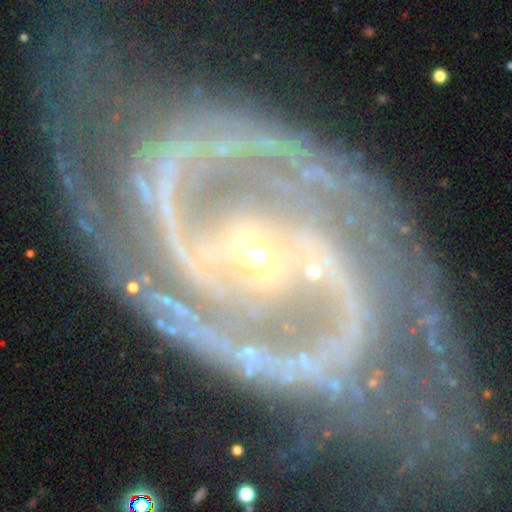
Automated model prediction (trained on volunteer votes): A featured or disk galaxy (92%) with a strong bar (45%), 2 (79%) medium (51%) spiral arms (96%) and a small central bulge (71%). Merging: none (66%).